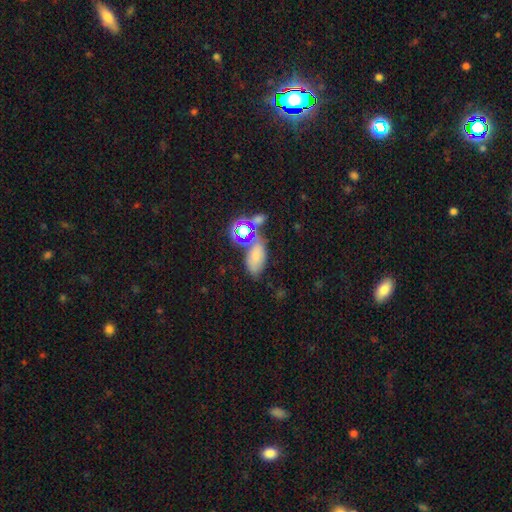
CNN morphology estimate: This is likely a smooth galaxy (63%). How rounded: clearly in between (87%). Merging: possibly none (50%).